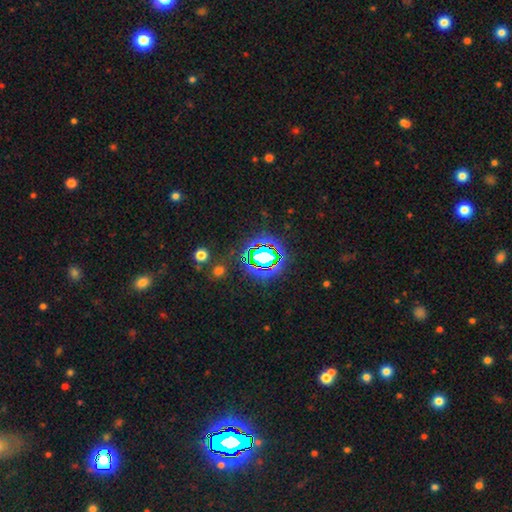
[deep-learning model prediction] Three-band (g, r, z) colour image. It shows a star or artifact, not a galaxy (70%).